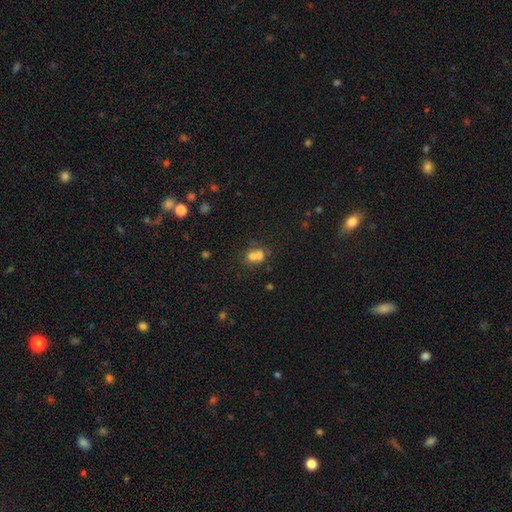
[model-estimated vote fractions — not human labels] smooth-or-featured: smooth: 63% | featured or disk: 20% | star or artifact: 17%
  how-rounded: round: 71% | in between: 28% | cigar-shaped: 1%
  merging: merger: 59% | none: 30% | minor disturbance: 7% | major disturbance: 4%